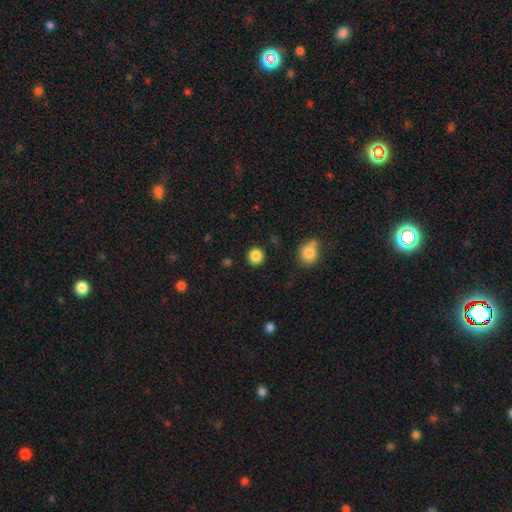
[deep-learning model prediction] This appears to be a smooth galaxy with no disk features (86%) that is round (92%). Merging: none (90%).